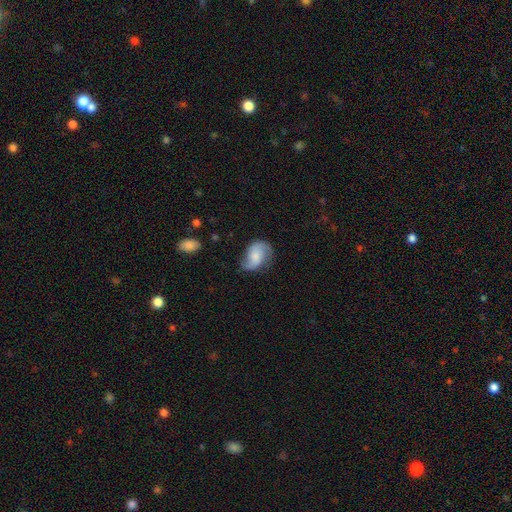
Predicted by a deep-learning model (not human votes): Smooth or featured? Predicted: featured or disk (p=0.51). Edge-on disk? Predicted: no (p=0.97). Merging? Predicted: none (p=0.56).